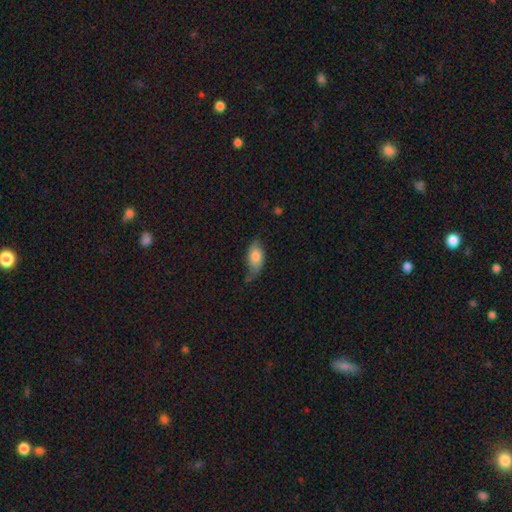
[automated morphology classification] smooth_or_featured: smooth (p=0.67) [alt: featured or disk p=0.26]
how_rounded: in between (p=0.90) [alt: round p=0.05]
merging: none (p=0.43) [alt: minor disturbance p=0.38]